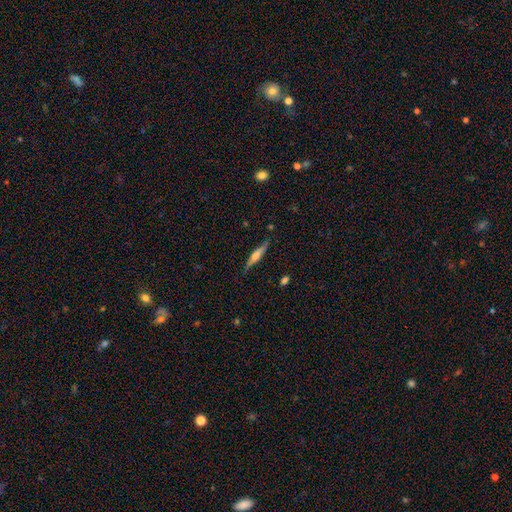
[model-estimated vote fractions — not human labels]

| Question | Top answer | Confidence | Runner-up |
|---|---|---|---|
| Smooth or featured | featured or disk | 61% | smooth (33%) |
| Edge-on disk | yes | 96% | no (4%) |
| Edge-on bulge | rounded | 70% | boxy (20%) |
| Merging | none | 84% | minor disturbance (12%) |